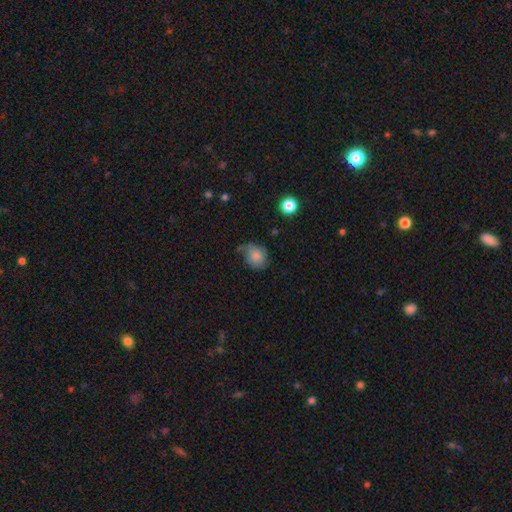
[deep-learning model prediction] smooth-or-featured: smooth: 79% | featured or disk: 12% | star or artifact: 9%
  how-rounded: round: 55% | in between: 44% | cigar-shaped: 1%
  merging: none: 48% | minor disturbance: 34% | major disturbance: 15% | merger: 4%